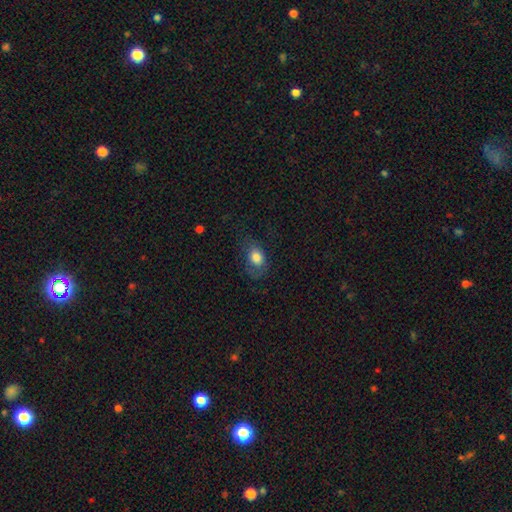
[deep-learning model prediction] A smooth galaxy with no disk features (72%) that is in between round and cigar-shaped (75%). Merging: none (58%).